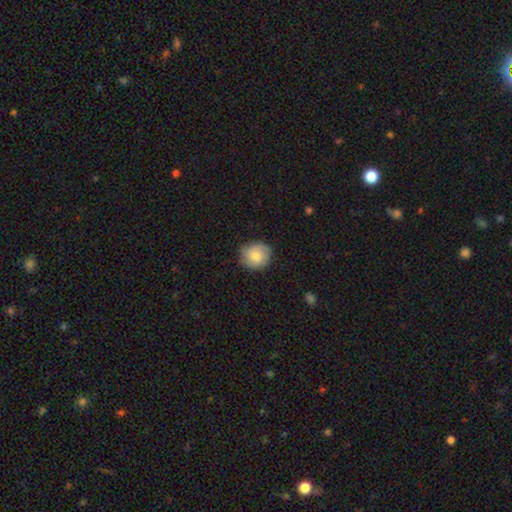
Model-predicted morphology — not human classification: Smooth or featured: smooth — 78% (featured or disk — 15%)
How rounded: round — 82% (in between — 17%)
Merging: none — 79% (minor disturbance — 17%)